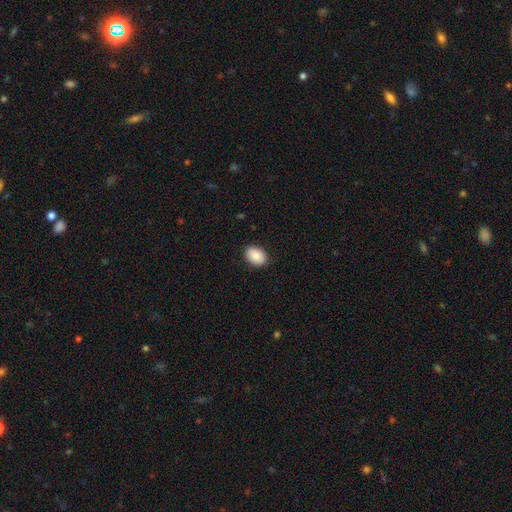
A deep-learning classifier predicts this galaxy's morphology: Smooth or featured? smooth (88%)
How rounded? in between (80%)
Merging? none (89%)